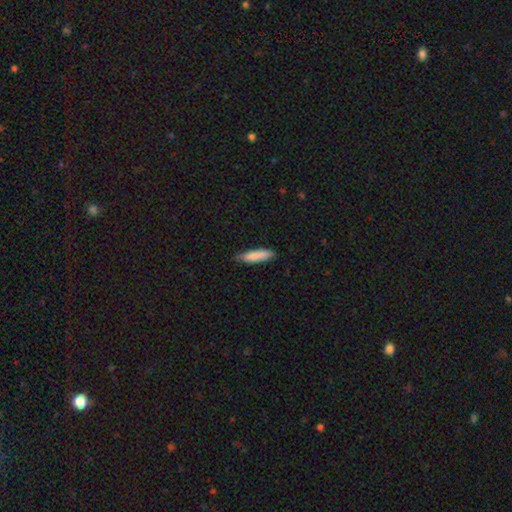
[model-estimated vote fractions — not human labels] smooth_or_featured: smooth (p=0.84) [alt: featured or disk p=0.10]
how_rounded: cigar-shaped (p=0.75) [alt: in between p=0.24]
merging: none (p=0.76) [alt: minor disturbance p=0.20]